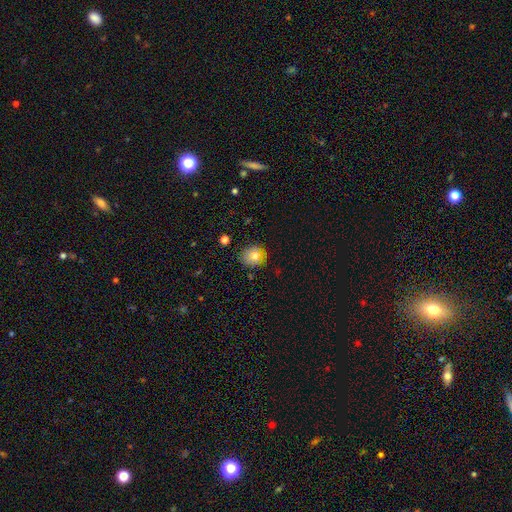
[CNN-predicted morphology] Q: Smooth or featured?
A: smooth (75%); runner-up: featured or disk (14%)
Q: How rounded?
A: round (80%); runner-up: in between (18%)
Q: Merging?
A: none (83%); runner-up: minor disturbance (13%)